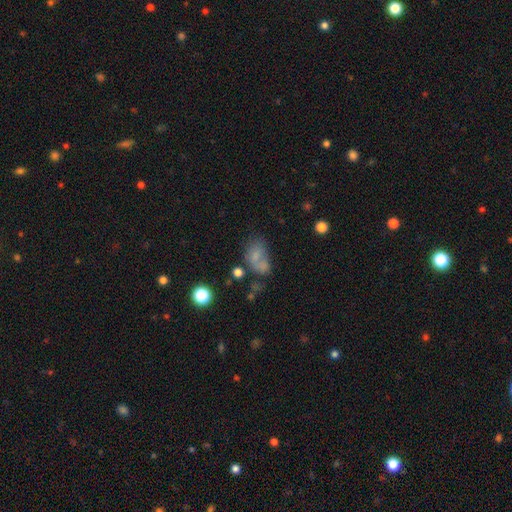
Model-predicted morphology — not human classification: Smooth or featured?
  - smooth: 63% *
  - featured or disk: 22%
  - star or artifact: 16%
How rounded?
  - in between: 81% *
  - round: 17%
  - cigar-shaped: 2%
Merging?
  - merger: 33% *
  - none: 30%
  - major disturbance: 19%
  - minor disturbance: 19%